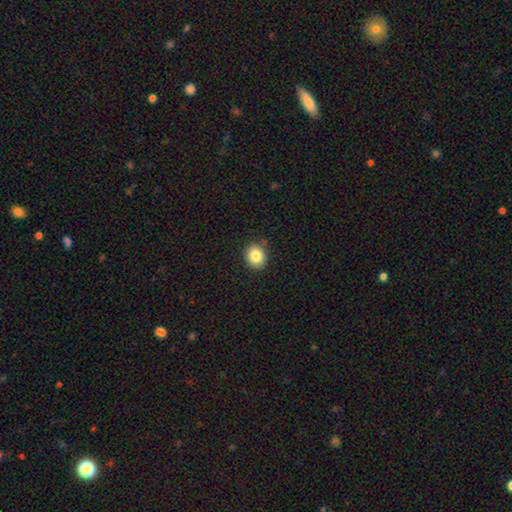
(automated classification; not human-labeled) A smooth galaxy with no disk features (84%) that is round (69%).

Vote fractions:
- Smooth or featured? smooth: 84% / star or artifact: 10% / featured or disk: 6%
- How rounded? round: 69% / in between: 30% / cigar-shaped: 1%
- Merging? none: 88% / minor disturbance: 9% / major disturbance: 2% / merger: 1%